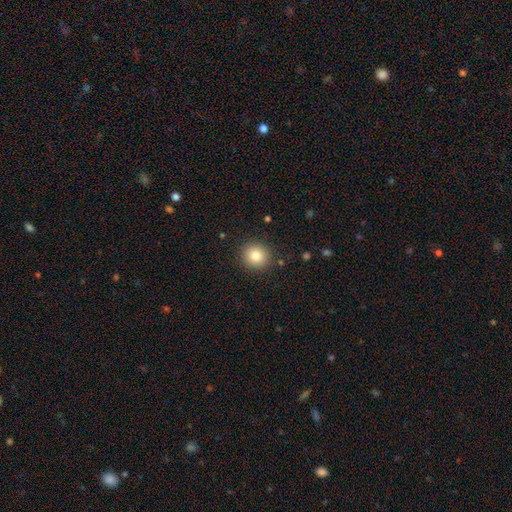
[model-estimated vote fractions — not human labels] smooth-or-featured: smooth: 83% | star or artifact: 10% | featured or disk: 7%
  how-rounded: round: 89% | in between: 10% | cigar-shaped: 1%
  merging: none: 89% | minor disturbance: 7% | major disturbance: 2% | merger: 1%